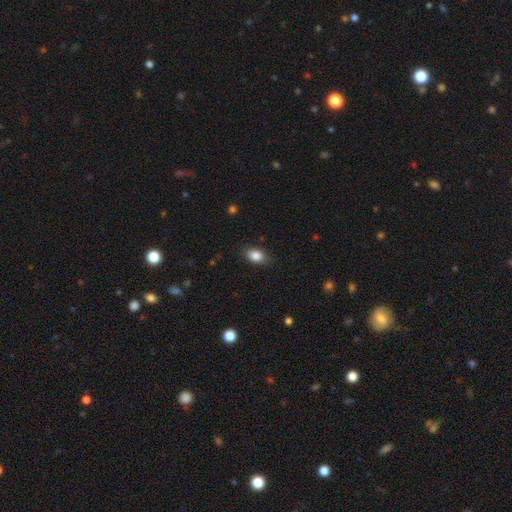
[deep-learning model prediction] This appears to be a smooth galaxy with no disk features (86%) that is in between round and cigar-shaped (83%). Merging: none (84%).